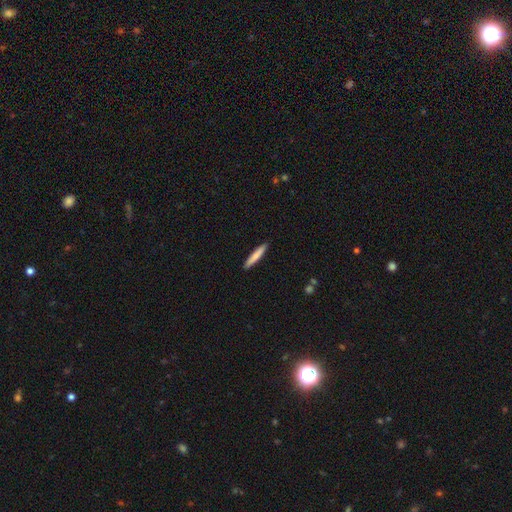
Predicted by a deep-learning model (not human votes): smooth 77%, featured or disk 18%, star or artifact 5%. Down the decision tree: how rounded — cigar-shaped (93%); merging — none (91%).